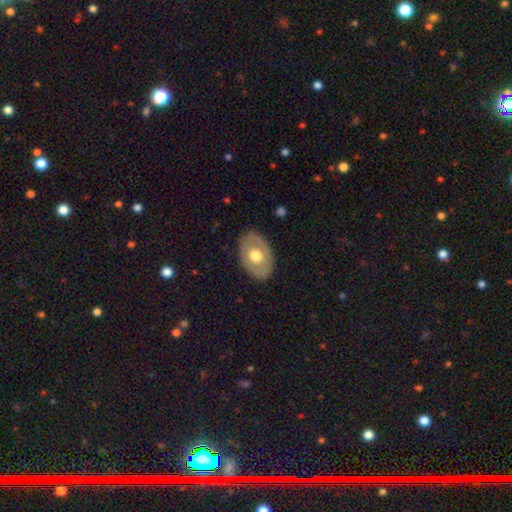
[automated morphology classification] smooth 50%, featured or disk 45%, star or artifact 5%. Down the decision tree: merging — none (83%).